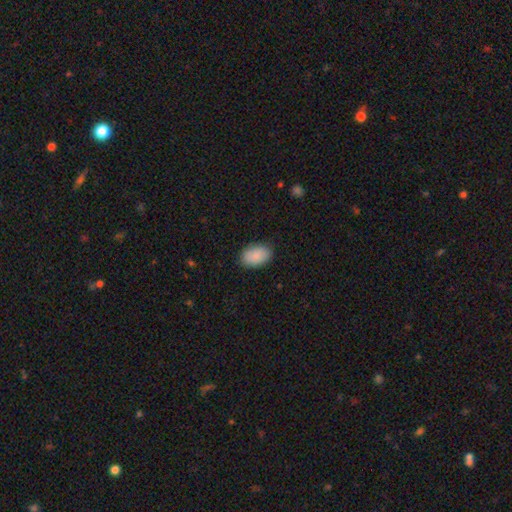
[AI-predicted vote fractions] The model was most divided on "merging": none: 87%, minor disturbance: 9%, major disturbance: 2%, merger: 1%. More confident: how rounded — in between (91%); smooth or featured — smooth (89%).